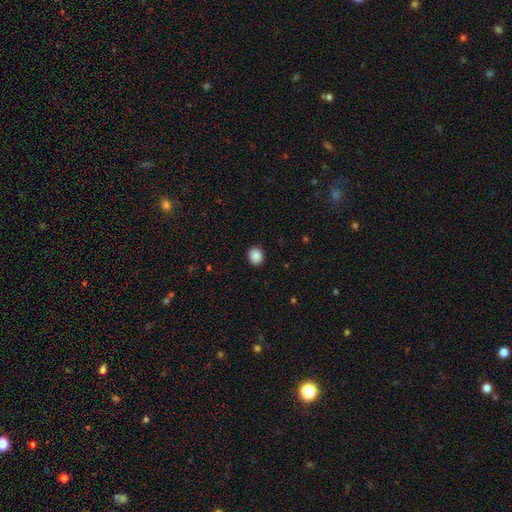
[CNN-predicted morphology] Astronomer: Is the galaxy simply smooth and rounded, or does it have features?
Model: smooth — 89%.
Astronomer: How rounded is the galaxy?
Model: round — 73%.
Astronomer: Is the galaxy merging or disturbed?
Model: none — 91%.